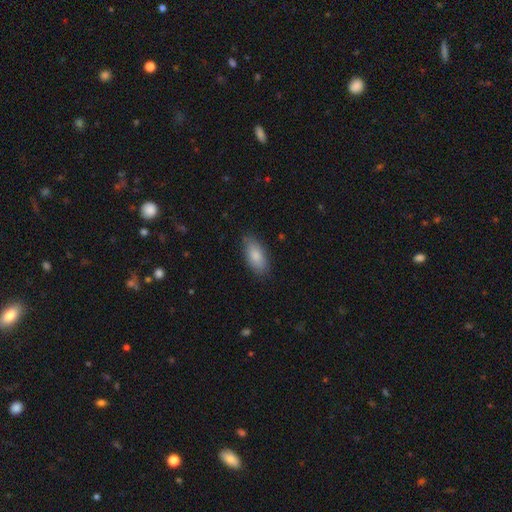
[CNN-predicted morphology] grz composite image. It shows a smooth galaxy with no disk features (84%) that is in between round and cigar-shaped (86%). Merging: none (82%).